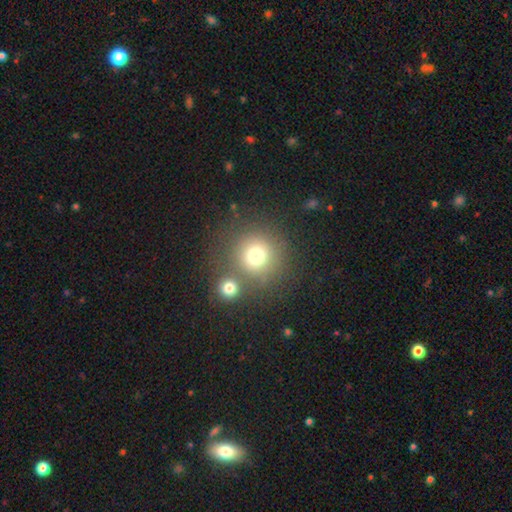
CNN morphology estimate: smooth_or_featured: smooth (p=0.74) [alt: star or artifact p=0.15]
how_rounded: round (p=0.93) [alt: in between p=0.06]
merging: none (p=0.64) [alt: merger p=0.24]